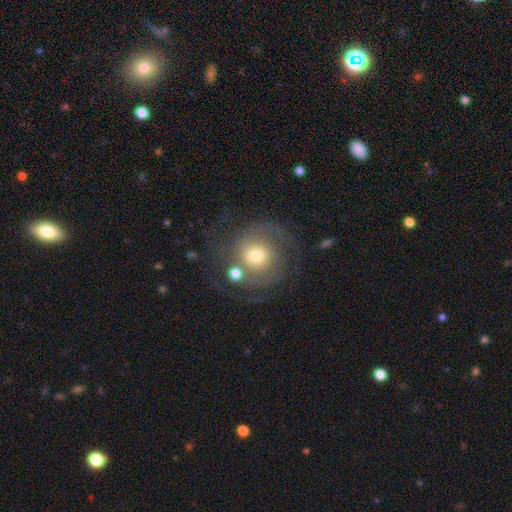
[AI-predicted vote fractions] smooth_or_featured: featured or disk (p=0.73) [alt: smooth p=0.19]
disk_edge_on: no (p=0.98) [alt: yes p=0.02]
bar: no (p=0.74) [alt: weak p=0.22]
has_spiral_arms: yes (p=0.90) [alt: no p=0.10]
spiral_winding: tight (p=0.42) [alt: medium p=0.40]
spiral_arm_count: 2 (p=0.66) [alt: can't tell p=0.14]
bulge_size: moderate (p=0.61) [alt: small p=0.24]
merging: none (p=0.57) [alt: major disturbance p=0.17]